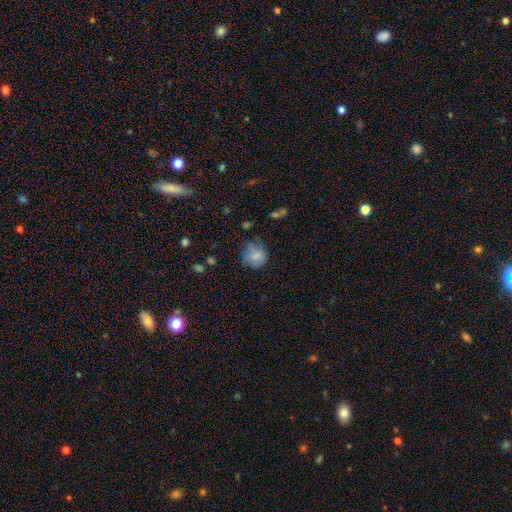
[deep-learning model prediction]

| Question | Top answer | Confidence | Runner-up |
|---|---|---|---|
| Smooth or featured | smooth | 78% | featured or disk (12%) |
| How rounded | round | 79% | in between (20%) |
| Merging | none | 57% | minor disturbance (28%) |